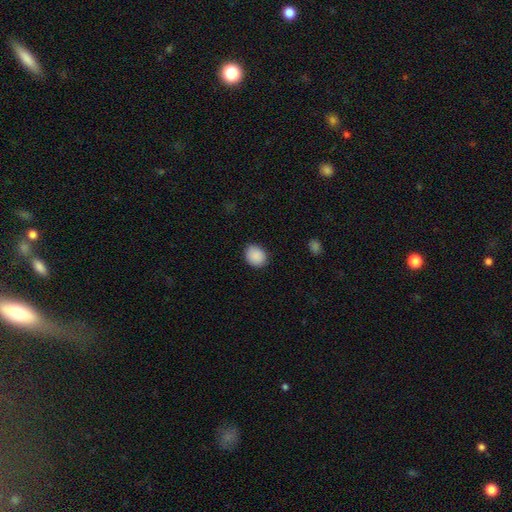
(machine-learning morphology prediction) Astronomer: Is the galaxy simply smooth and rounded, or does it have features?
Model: smooth — 90%.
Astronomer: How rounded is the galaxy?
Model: round — 62% (runner-up: in between, 37%).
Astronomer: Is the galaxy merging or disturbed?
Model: none — 88%.